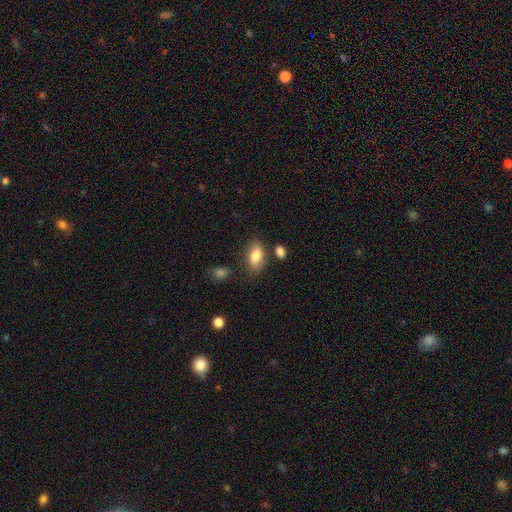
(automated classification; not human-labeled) Q: Smooth or featured?
A: smooth (81%); runner-up: featured or disk (12%)
Q: How rounded?
A: in between (91%); runner-up: round (6%)
Q: Merging?
A: none (68%); runner-up: minor disturbance (19%)